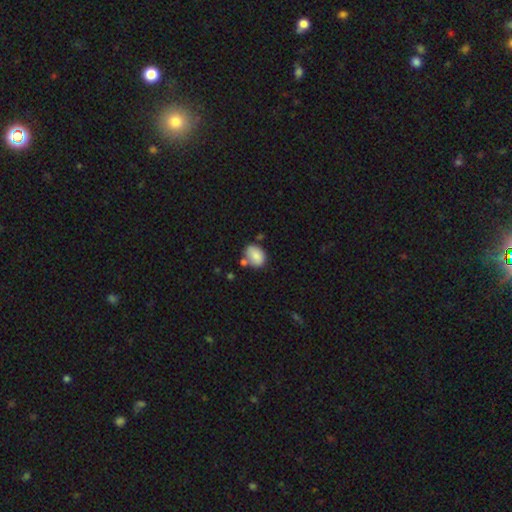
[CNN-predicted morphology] Smooth or featured? smooth (82%)
How rounded? in between (70%)
Merging? none (60%)